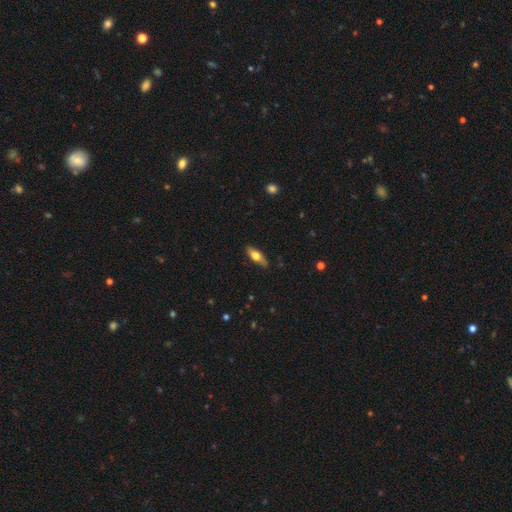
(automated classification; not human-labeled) The model was most divided on "smooth or featured": smooth: 60%, featured or disk: 34%, star or artifact: 6%. More confident: merging — none (83%); how rounded — in between (66%).